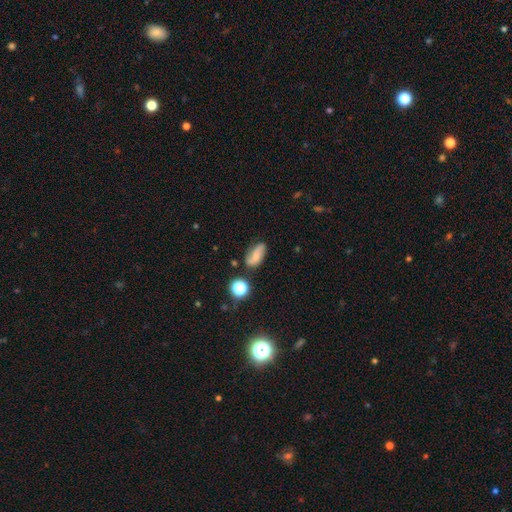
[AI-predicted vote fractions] Smooth or featured?
  - featured or disk: 45% *
  - smooth: 42%
  - star or artifact: 12%
Merging?
  - none: 70% *
  - minor disturbance: 19%
  - major disturbance: 6%
  - merger: 5%